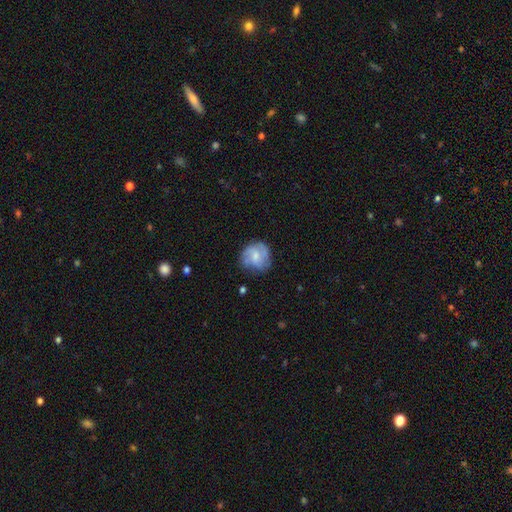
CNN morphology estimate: Smooth or featured? Predicted: featured or disk (p=0.65). Edge-on disk? Predicted: no (p=0.98). Bar? Predicted: no (p=0.50). Spiral arms? Predicted: yes (p=0.89). Spiral winding? Predicted: medium (p=0.47). Spiral arm count? Predicted: 3 (p=0.35). Bulge size? Predicted: small (p=0.43). Merging? Predicted: none (p=0.70).